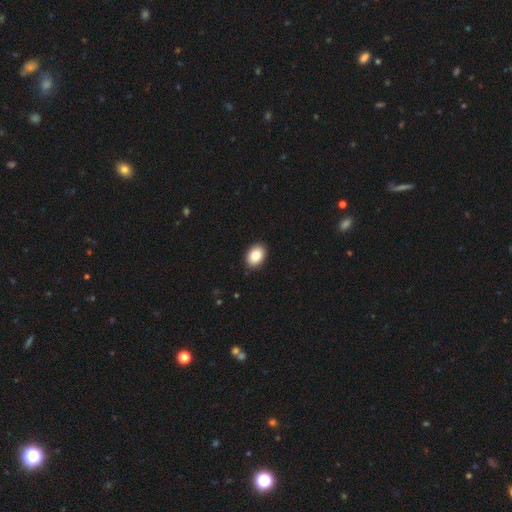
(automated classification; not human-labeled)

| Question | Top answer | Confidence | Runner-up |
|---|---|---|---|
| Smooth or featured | smooth | 84% | featured or disk (8%) |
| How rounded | in between | 78% | round (21%) |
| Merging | none | 90% | minor disturbance (7%) |